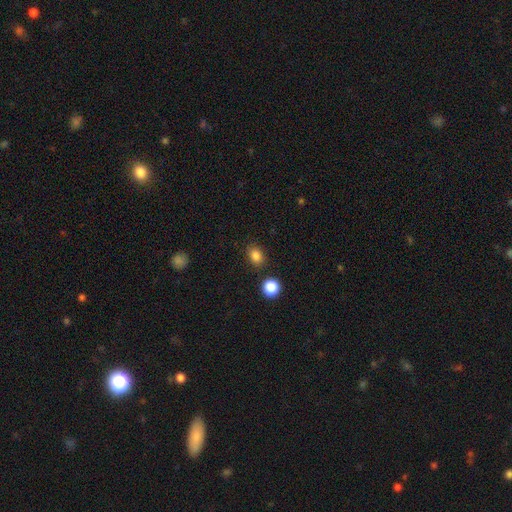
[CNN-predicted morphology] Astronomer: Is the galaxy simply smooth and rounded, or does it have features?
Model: smooth — 84%.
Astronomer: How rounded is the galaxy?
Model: in between — 58% (runner-up: round, 41%).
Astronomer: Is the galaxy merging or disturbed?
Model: none — 83%.